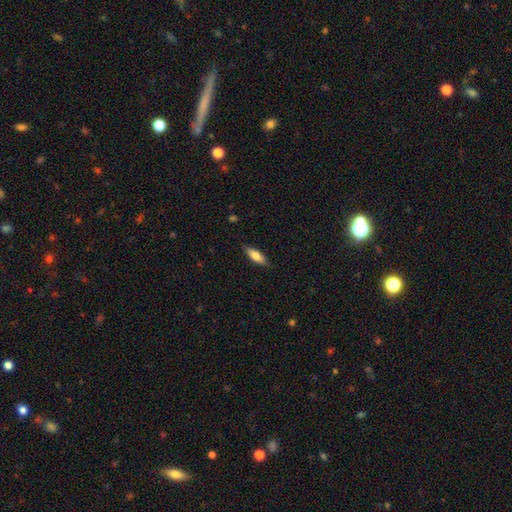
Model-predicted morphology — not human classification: The model was most divided on "how rounded": in between: 56%, cigar-shaped: 42%, round: 2%. More confident: merging — none (85%); smooth or featured — smooth (74%).